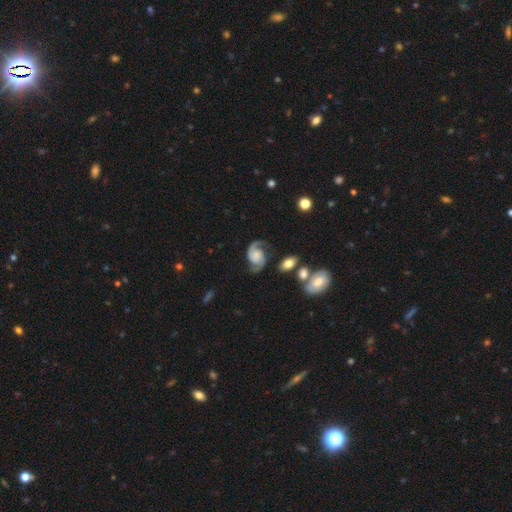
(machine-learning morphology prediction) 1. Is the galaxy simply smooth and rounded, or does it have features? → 88% featured or disk, 6% smooth, 5% star or artifact.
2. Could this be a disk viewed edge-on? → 98% no, 2% yes.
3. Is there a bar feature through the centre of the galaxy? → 63% no, 29% weak, 8% strong.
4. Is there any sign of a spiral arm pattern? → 98% yes, 2% no.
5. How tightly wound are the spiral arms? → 51% medium, 31% loose, 17% tight.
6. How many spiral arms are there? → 93% 2, 2% 1, 2% can't tell, 1% 3, 1% 4, 1% more than 4.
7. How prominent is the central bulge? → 34% none, 25% small, 23% moderate, 15% large, 4% dominant.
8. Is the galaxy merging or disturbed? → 72% none, 16% minor disturbance, 8% major disturbance, 4% merger.